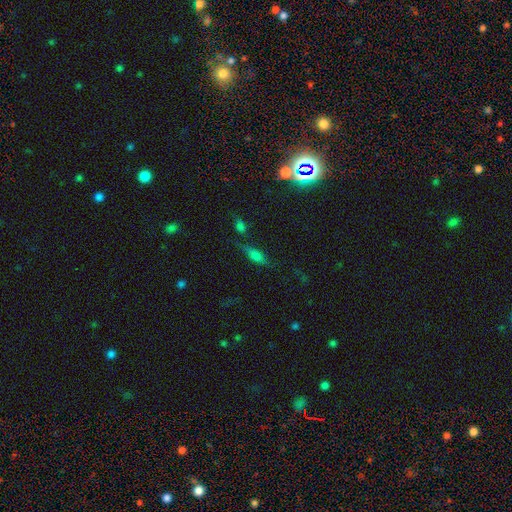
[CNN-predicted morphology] type=smooth (45%); merging=none (64%).